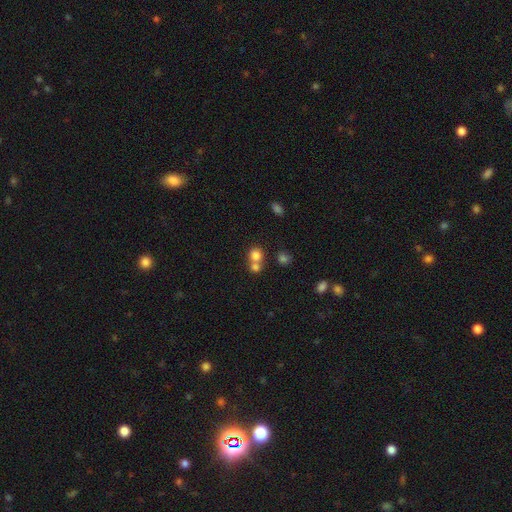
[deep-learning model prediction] This appears to be a smooth galaxy with no disk features (78%) that is round (82%). Merging: merger (50%).